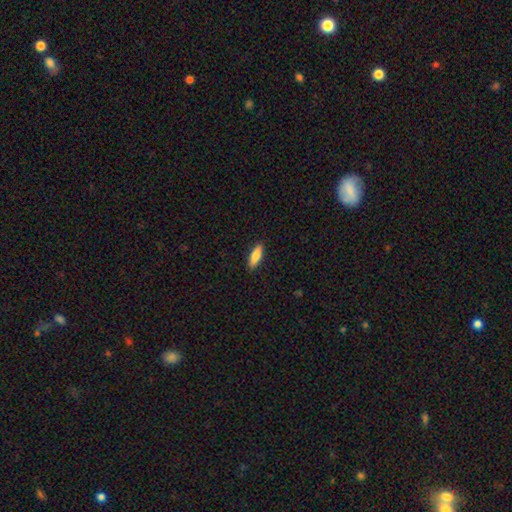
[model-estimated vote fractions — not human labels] This appears to be a smooth galaxy with no disk features (82%) that is in between round and cigar-shaped (55%). Merging: none (90%).